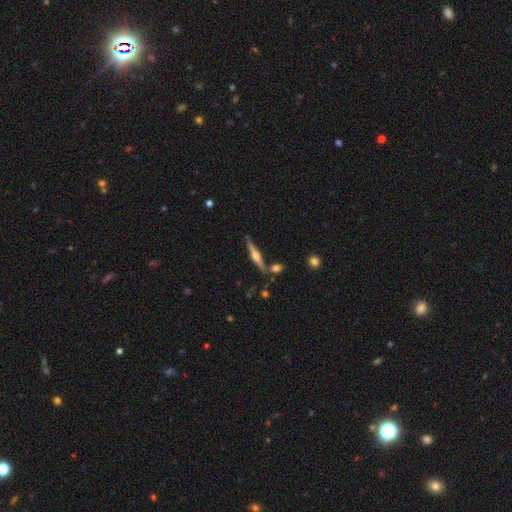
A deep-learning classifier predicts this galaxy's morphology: Smooth or featured? featured or disk (73%)
Edge-on disk? yes (97%)
Edge-on bulge? rounded (92%)
Merging? none (80%)